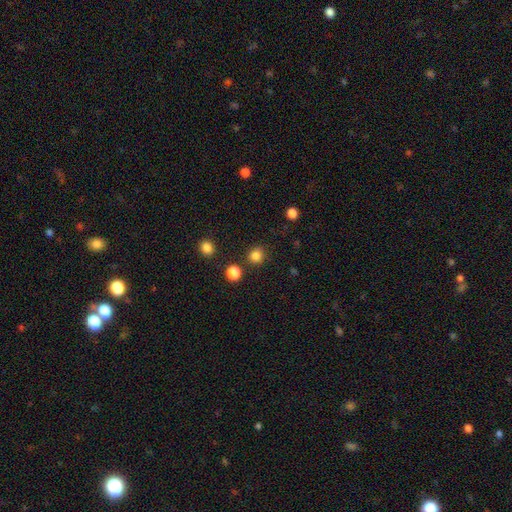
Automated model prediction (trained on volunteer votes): This appears to be a smooth galaxy with no disk features (83%) that is round (89%). Merging: none (85%).